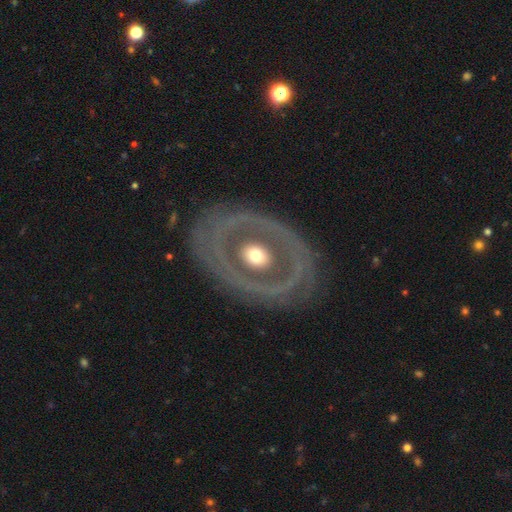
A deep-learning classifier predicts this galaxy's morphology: Smooth or featured? featured or disk (68%)
Edge-on disk? no (93%)
Bar? no (87%)
Spiral arms? no (76%)
Bulge size? moderate (66%)
Merging? none (77%)